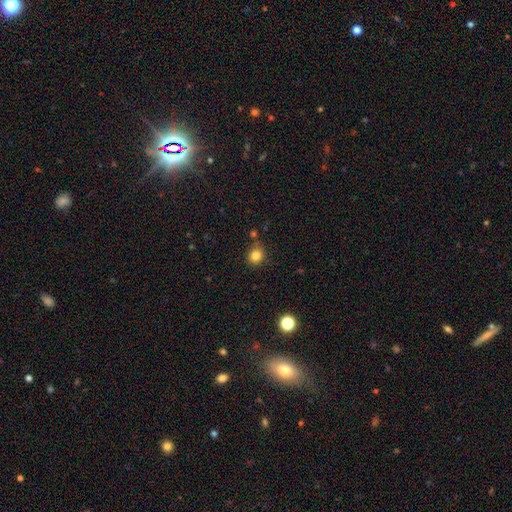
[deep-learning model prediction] smooth_or_featured: smooth (p=0.82) [alt: star or artifact p=0.12]
how_rounded: round (p=0.83) [alt: in between p=0.17]
merging: none (p=0.79) [alt: minor disturbance p=0.12]